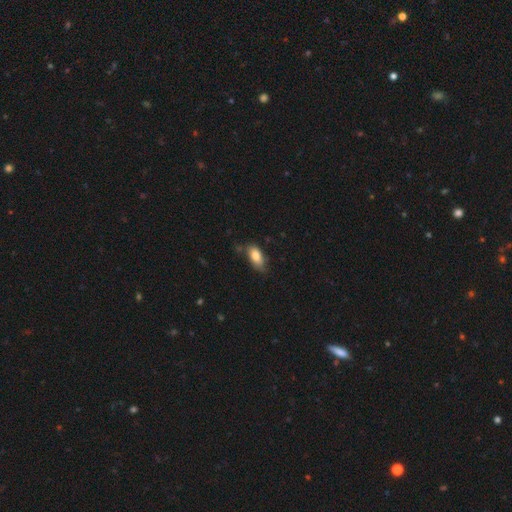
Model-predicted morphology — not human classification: Q: Smooth or featured?
A: smooth (81%); runner-up: featured or disk (12%)
Q: How rounded?
A: in between (89%); runner-up: cigar-shaped (8%)
Q: Merging?
A: none (64%); runner-up: minor disturbance (27%)